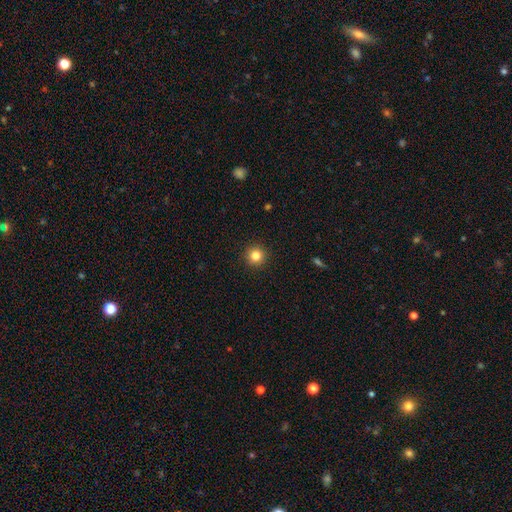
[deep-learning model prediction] The model was most divided on "smooth or featured": smooth: 83%, star or artifact: 12%, featured or disk: 5%. More confident: how rounded — round (95%); merging — none (93%).